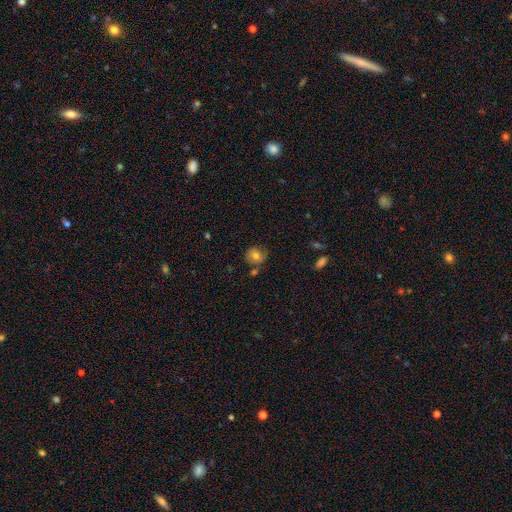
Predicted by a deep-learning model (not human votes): A smooth galaxy with no disk features (64%) that is round (77%). Merging: none (64%).